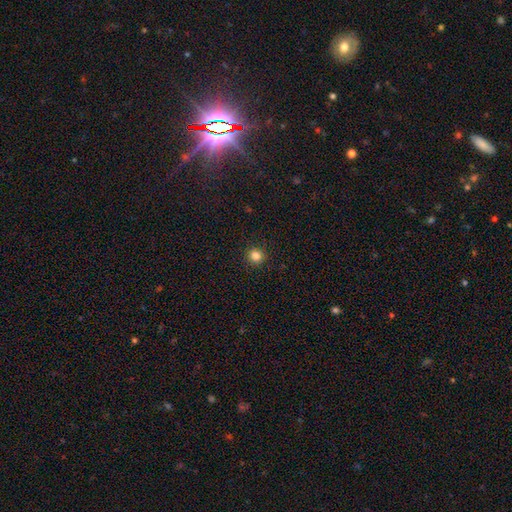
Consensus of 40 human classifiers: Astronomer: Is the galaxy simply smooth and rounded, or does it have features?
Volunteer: smooth — 95%.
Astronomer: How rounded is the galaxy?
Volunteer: round — 87%.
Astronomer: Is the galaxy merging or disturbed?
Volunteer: none — 92%.